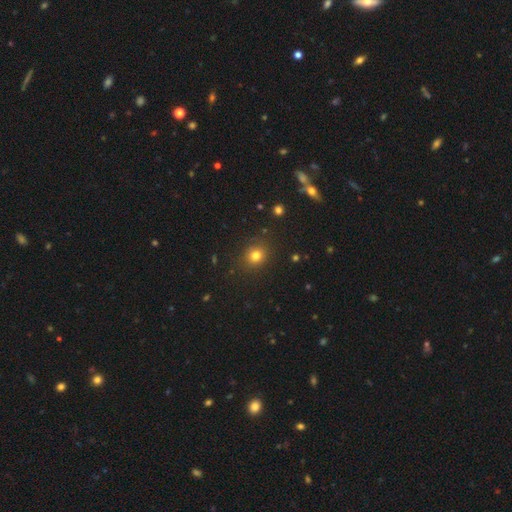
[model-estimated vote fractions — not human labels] A smooth galaxy with no disk features (78%) that is round (80%). Merging: none (86%).